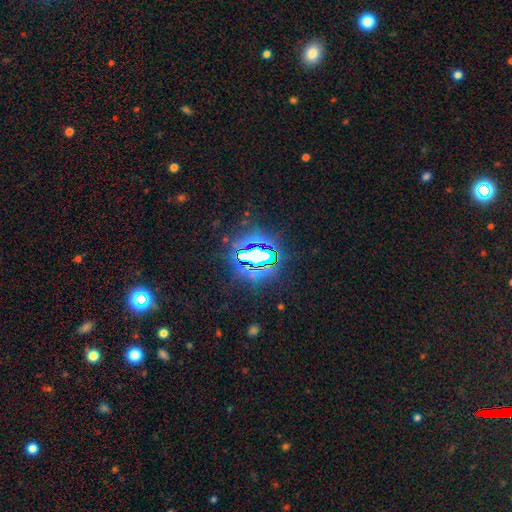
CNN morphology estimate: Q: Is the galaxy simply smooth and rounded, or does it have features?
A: star or artifact — 71%.